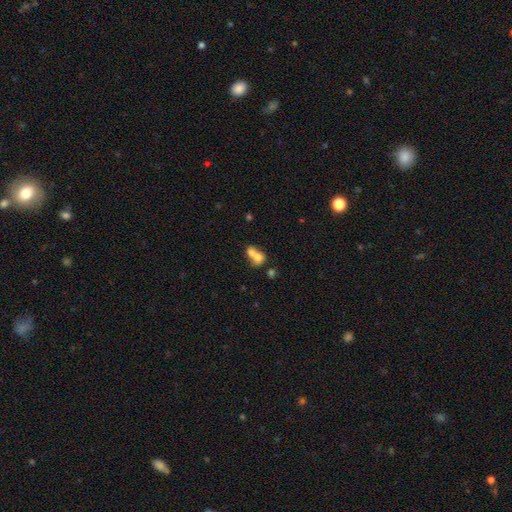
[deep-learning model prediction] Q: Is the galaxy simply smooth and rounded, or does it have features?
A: smooth — 70%.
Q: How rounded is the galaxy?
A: round — 52%.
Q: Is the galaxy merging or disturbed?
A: merger — 74%.